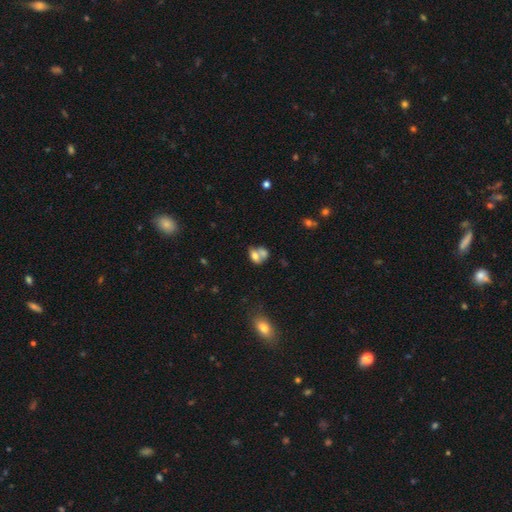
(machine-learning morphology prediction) This appears to be a smooth galaxy with no disk features (68%) that is in between round and cigar-shaped (70%). Merging: merger (63%).